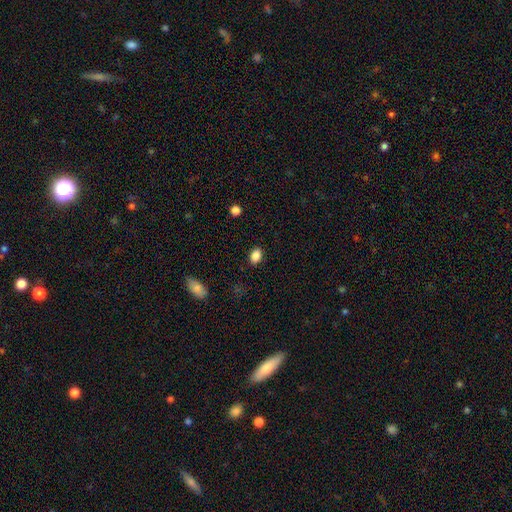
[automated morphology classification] smooth-or-featured: smooth: 87% | star or artifact: 9% | featured or disk: 4%
  how-rounded: in between: 80% | round: 18% | cigar-shaped: 1%
  merging: none: 88% | minor disturbance: 9% | major disturbance: 2% | merger: 1%